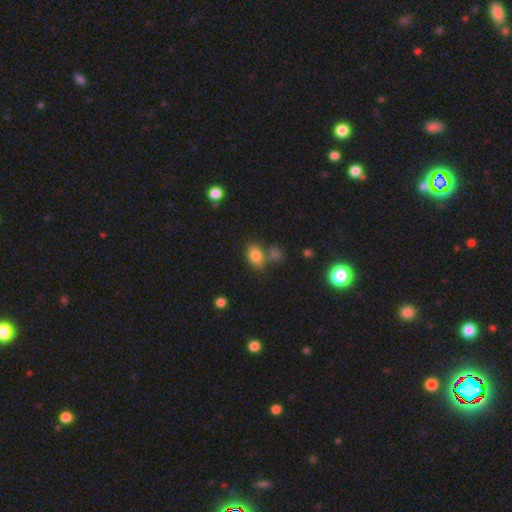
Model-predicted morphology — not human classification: Smooth or featured: smooth — 81% (star or artifact — 11%)
How rounded: in between — 81% (round — 17%)
Merging: none — 58% (merger — 24%)